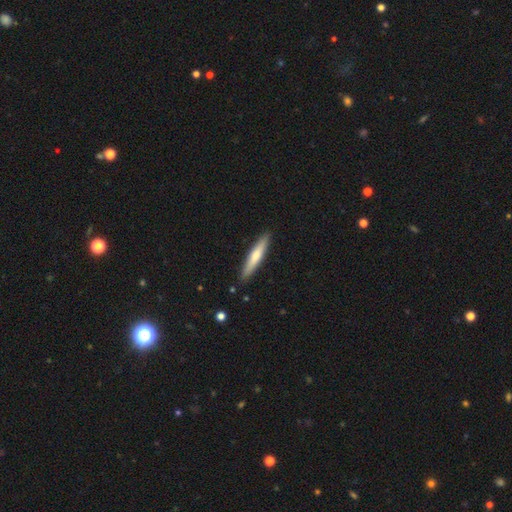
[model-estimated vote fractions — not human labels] Morphology: type=smooth (59%); roundness=cigar-shaped (91%); merging=none (90%).